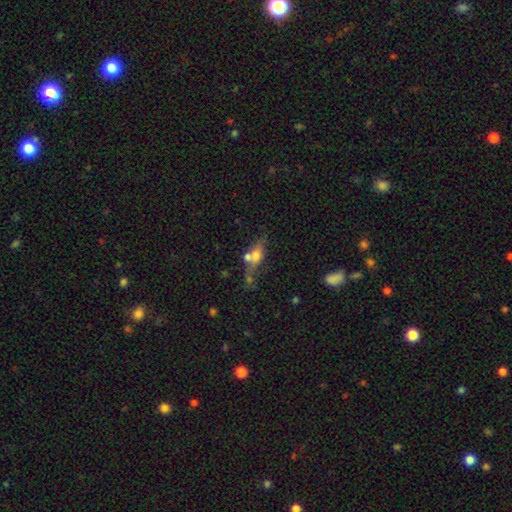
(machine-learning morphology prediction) Smooth or featured?
  - smooth: 49% *
  - featured or disk: 38%
  - star or artifact: 12%
Merging?
  - merger: 39% *
  - none: 36%
  - minor disturbance: 14%
  - major disturbance: 11%